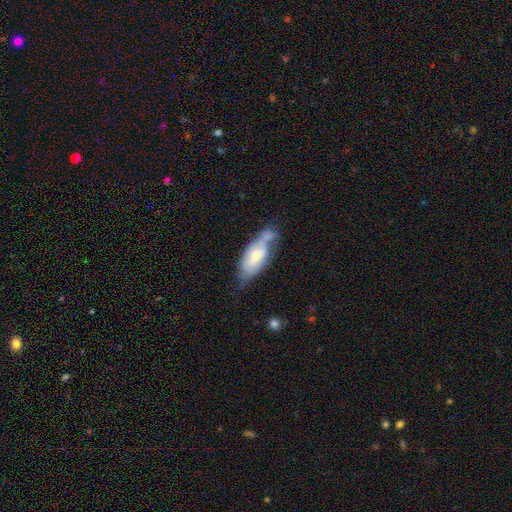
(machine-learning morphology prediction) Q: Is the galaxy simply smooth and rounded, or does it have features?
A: smooth — 47%.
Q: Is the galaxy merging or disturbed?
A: none — 35%.